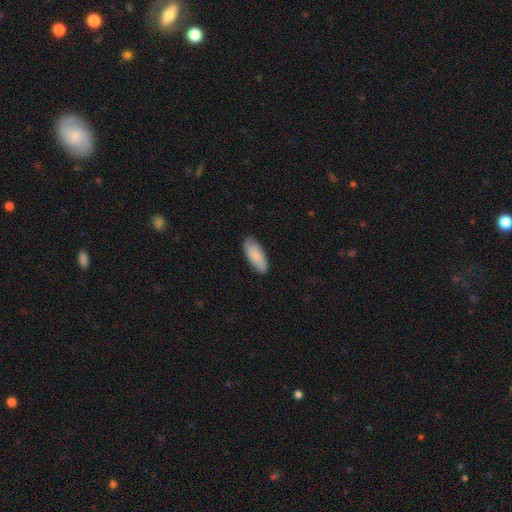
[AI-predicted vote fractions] The model was most divided on "how rounded": in between: 80%, cigar-shaped: 19%, round: 2%. More confident: merging — none (84%); smooth or featured — smooth (83%).